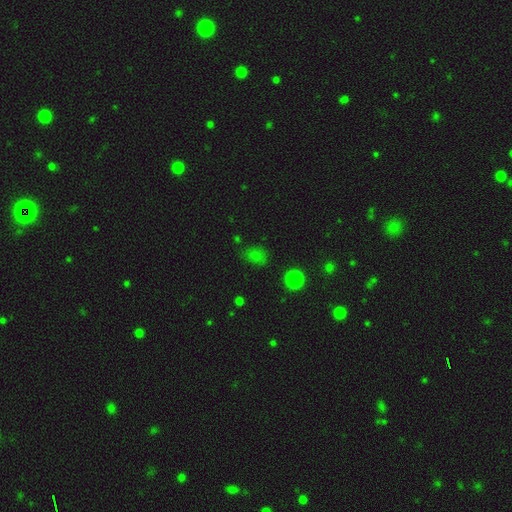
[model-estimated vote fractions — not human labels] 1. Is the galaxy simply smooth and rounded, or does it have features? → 70% smooth, 23% star or artifact, 7% featured or disk.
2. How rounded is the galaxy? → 62% in between, 37% round, 2% cigar-shaped.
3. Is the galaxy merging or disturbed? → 71% none, 19% minor disturbance, 8% major disturbance, 3% merger.